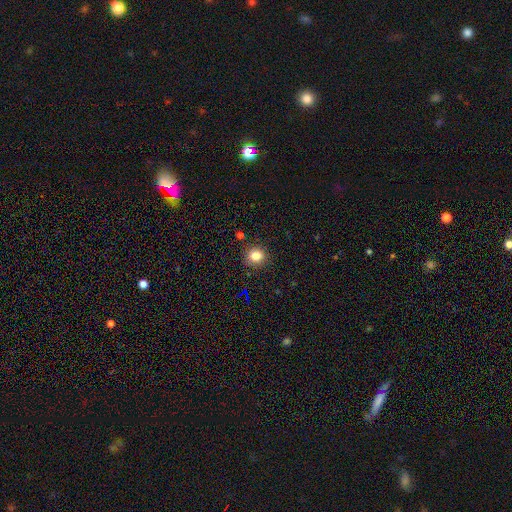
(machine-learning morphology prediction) smooth 81%, star or artifact 13%, featured or disk 6%. Down the decision tree: how rounded — round (84%); merging — none (87%).